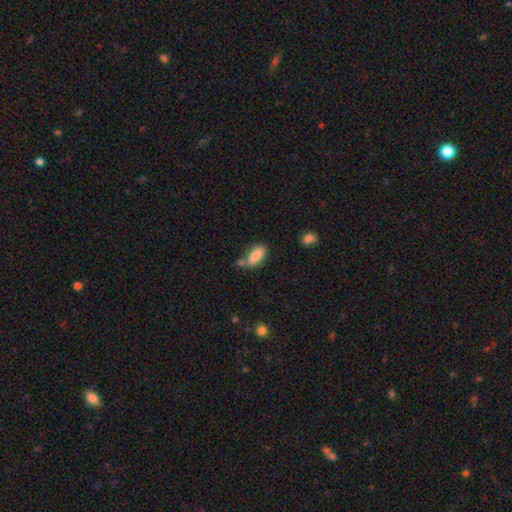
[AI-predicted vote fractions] Smooth or featured?
  - smooth: 81% *
  - featured or disk: 11%
  - star or artifact: 7%
How rounded?
  - in between: 88% *
  - cigar-shaped: 9%
  - round: 3%
Merging?
  - none: 55% *
  - minor disturbance: 20%
  - merger: 19%
  - major disturbance: 6%